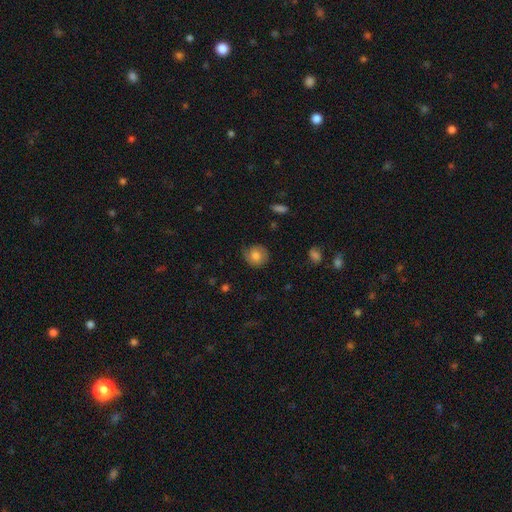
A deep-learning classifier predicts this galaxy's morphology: Smooth or featured? Predicted: smooth (p=0.71). How rounded? Predicted: round (p=0.87). Merging? Predicted: none (p=0.75).